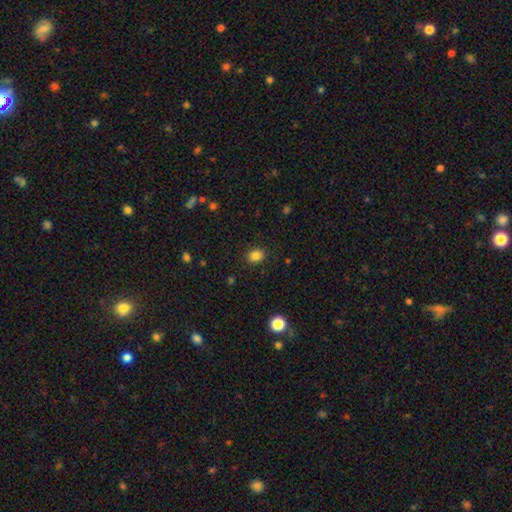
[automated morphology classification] A smooth galaxy with no disk features (83%) that is round (60%).

Vote fractions:
- Smooth or featured? smooth: 83% / star or artifact: 11% / featured or disk: 5%
- How rounded? round: 60% / in between: 39% / cigar-shaped: 1%
- Merging? none: 89% / minor disturbance: 8% / major disturbance: 2% / merger: 1%